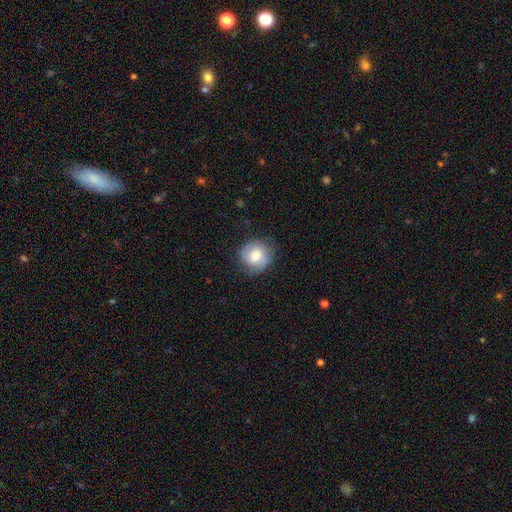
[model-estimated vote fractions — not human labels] smooth_or_featured: smooth (p=0.75) [alt: featured or disk p=0.17]
how_rounded: round (p=0.84) [alt: in between p=0.15]
merging: none (p=0.76) [alt: minor disturbance p=0.17]